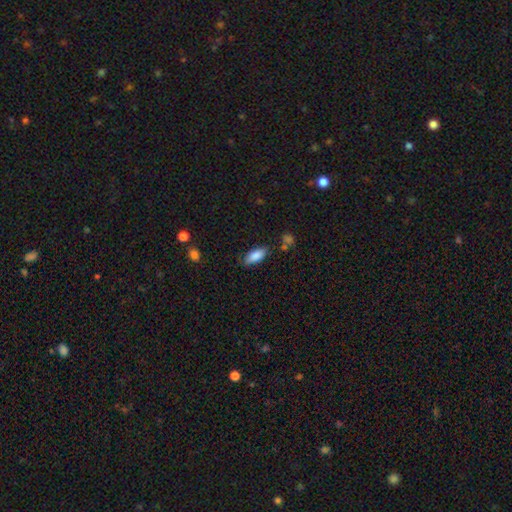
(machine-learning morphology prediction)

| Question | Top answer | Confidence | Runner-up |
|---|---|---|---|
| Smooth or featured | smooth | 84% | featured or disk (9%) |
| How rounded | in between | 78% | cigar-shaped (20%) |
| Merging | none | 77% | minor disturbance (17%) |